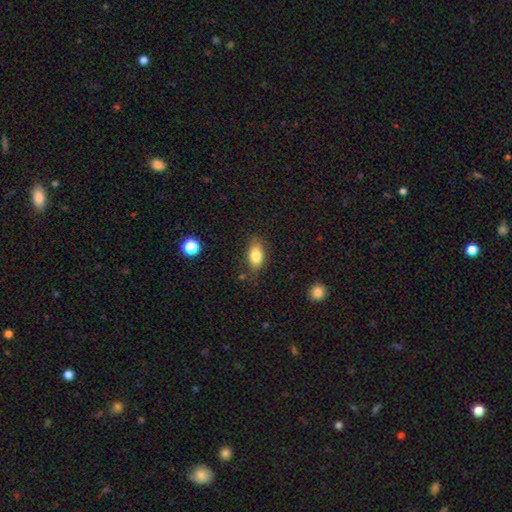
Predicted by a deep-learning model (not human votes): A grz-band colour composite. It shows a smooth galaxy with no disk features (82%) that is in between round and cigar-shaped (87%). Merging: none (78%).